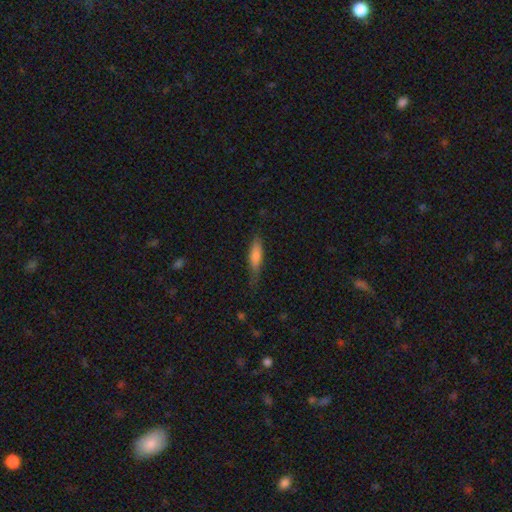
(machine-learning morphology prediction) smooth_or_featured: smooth (p=0.75) [alt: featured or disk p=0.18]
how_rounded: cigar-shaped (p=0.68) [alt: in between p=0.31]
merging: none (p=0.68) [alt: minor disturbance p=0.25]